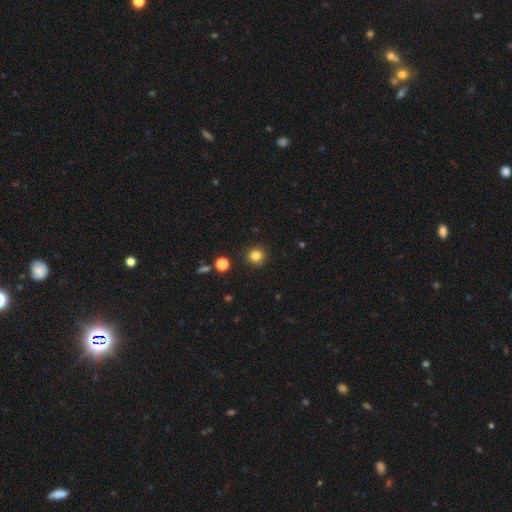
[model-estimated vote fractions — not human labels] Morphology: type=smooth (83%); roundness=round (94%); merging=none (92%).